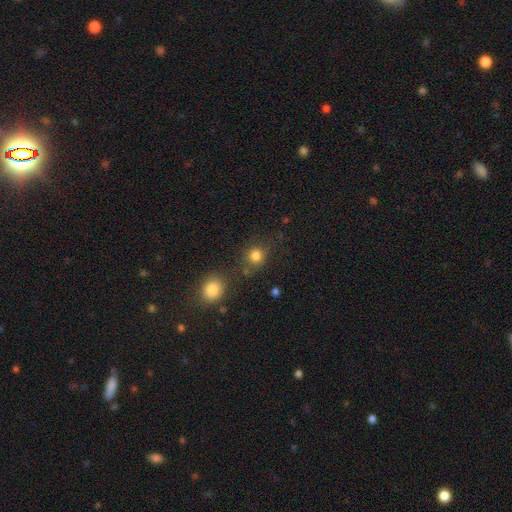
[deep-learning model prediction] smooth 82%, star or artifact 13%, featured or disk 5%. Down the decision tree: how rounded — round (86%); merging — none (73%).